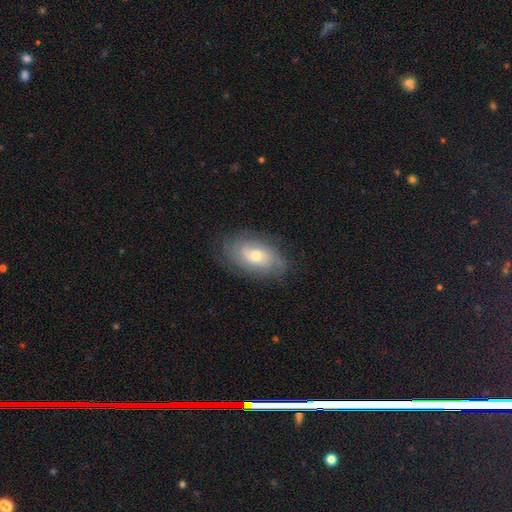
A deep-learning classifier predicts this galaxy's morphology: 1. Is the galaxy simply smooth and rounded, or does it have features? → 58% featured or disk, 35% smooth, 8% star or artifact.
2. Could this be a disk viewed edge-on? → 92% no, 8% yes.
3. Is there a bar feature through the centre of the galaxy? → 68% no, 27% weak, 5% strong.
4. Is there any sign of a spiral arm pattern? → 79% yes, 21% no.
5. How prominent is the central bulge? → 60% moderate, 32% small, 6% large, 1% none, 1% dominant.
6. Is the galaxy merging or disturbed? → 75% none, 18% minor disturbance, 6% major disturbance, 1% merger.